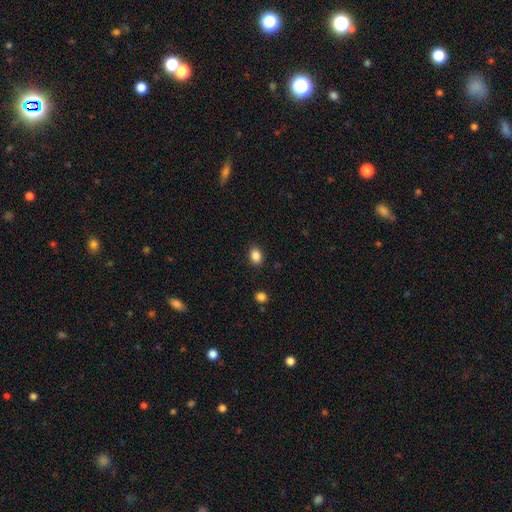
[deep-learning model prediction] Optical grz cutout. It shows a smooth galaxy with no disk features (87%) that is in between round and cigar-shaped (67%). Merging: none (87%).